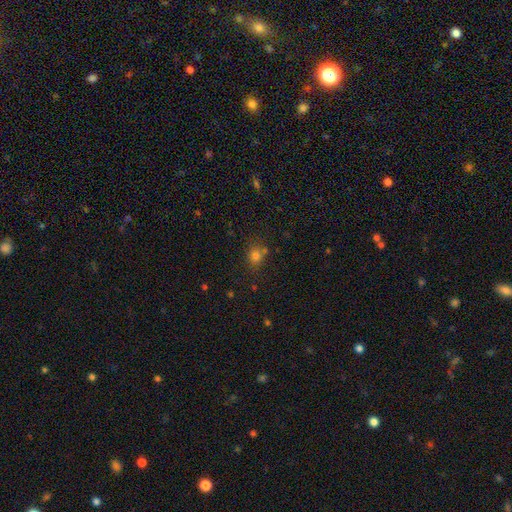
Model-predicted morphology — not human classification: A smooth galaxy with no disk features (74%) that is round (72%). Merging: none (69%).